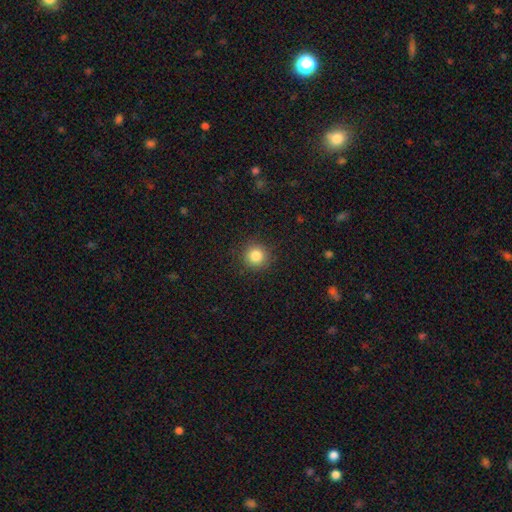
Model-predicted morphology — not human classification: smooth_or_featured: smooth (p=0.84) [alt: star or artifact p=0.11]
how_rounded: round (p=0.94) [alt: in between p=0.05]
merging: none (p=0.90) [alt: minor disturbance p=0.07]